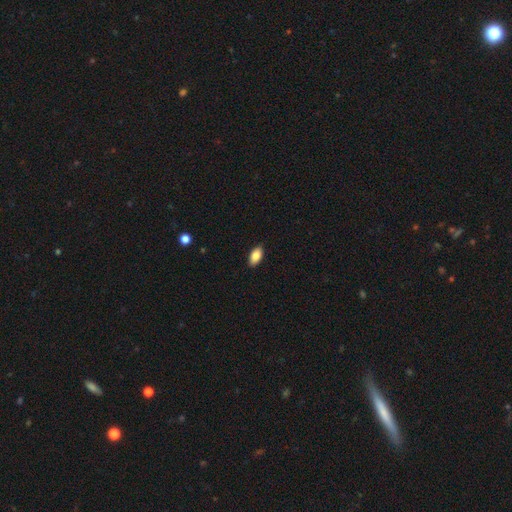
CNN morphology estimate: Overall: smooth (85%). How rounded: in between (93%). Merging: none (88%).